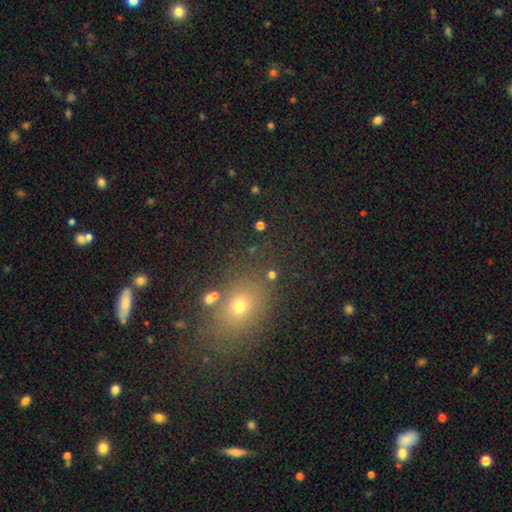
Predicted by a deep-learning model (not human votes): Smooth or featured?
  - smooth: 56% *
  - star or artifact: 31%
  - featured or disk: 12%
How rounded?
  - in between: 53% *
  - round: 44%
  - cigar-shaped: 2%
Merging?
  - none: 79% *
  - minor disturbance: 10%
  - merger: 6%
  - major disturbance: 5%